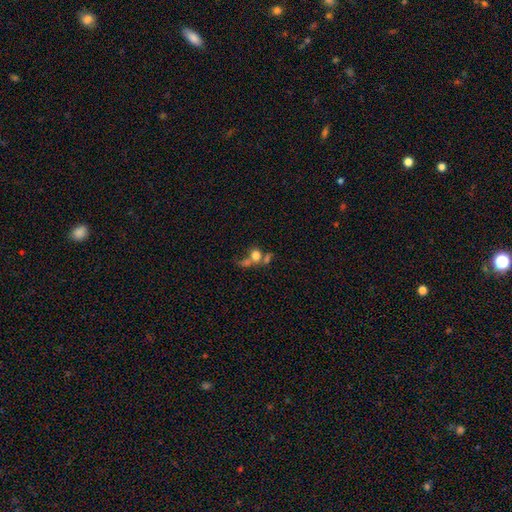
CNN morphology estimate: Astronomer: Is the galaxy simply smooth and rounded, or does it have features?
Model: smooth — 63%.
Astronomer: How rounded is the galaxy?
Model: round — 61% (runner-up: in between, 36%).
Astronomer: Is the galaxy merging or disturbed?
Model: merger — 48% (runner-up: none, 24%).